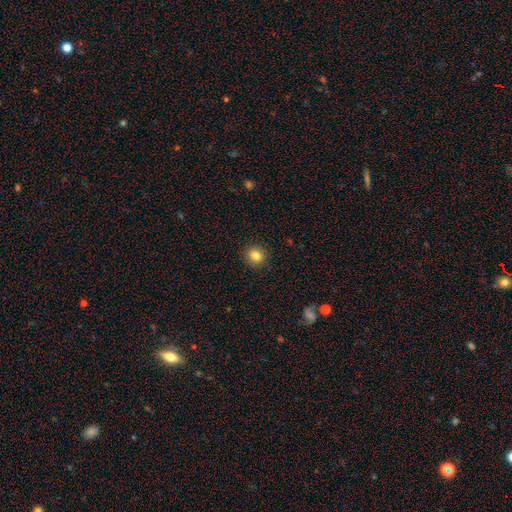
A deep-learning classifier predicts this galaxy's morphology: smooth_or_featured: smooth (p=0.83) [alt: star or artifact p=0.11]
how_rounded: round (p=0.90) [alt: in between p=0.10]
merging: none (p=0.92) [alt: minor disturbance p=0.06]